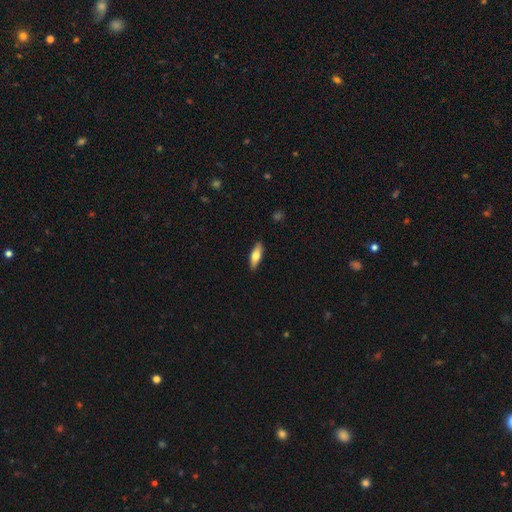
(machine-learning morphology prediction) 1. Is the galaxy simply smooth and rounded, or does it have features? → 66% smooth, 29% featured or disk, 6% star or artifact.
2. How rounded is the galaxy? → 56% in between, 41% cigar-shaped, 2% round.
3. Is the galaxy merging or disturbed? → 88% none, 9% minor disturbance, 2% major disturbance, 1% merger.